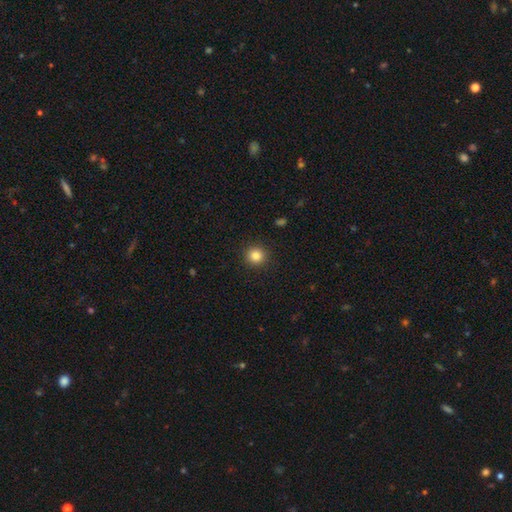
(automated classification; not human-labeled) Smooth or featured?
  - smooth: 84% *
  - star or artifact: 11%
  - featured or disk: 5%
How rounded?
  - round: 94% *
  - in between: 5%
  - cigar-shaped: 1%
Merging?
  - none: 92% *
  - minor disturbance: 5%
  - major disturbance: 2%
  - merger: 1%